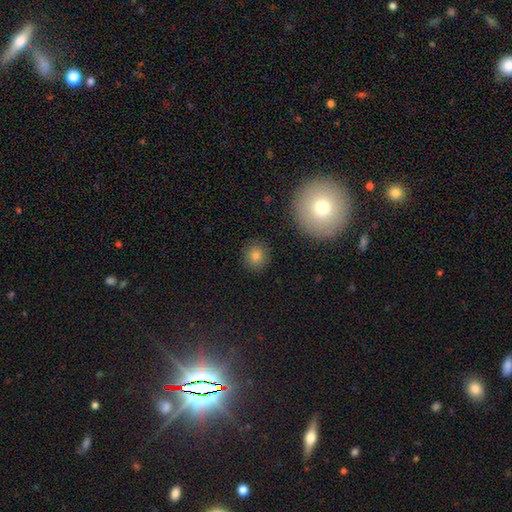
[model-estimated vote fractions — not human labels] Smooth or featured? smooth (79%)
How rounded? round (87%)
Merging? none (89%)